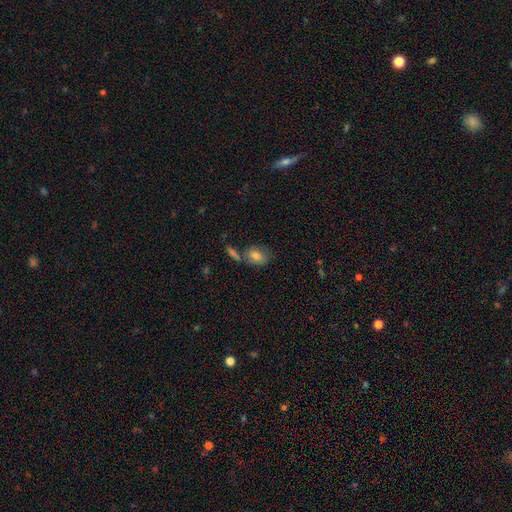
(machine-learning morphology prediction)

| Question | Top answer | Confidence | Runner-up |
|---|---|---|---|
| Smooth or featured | smooth | 76% | featured or disk (15%) |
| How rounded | in between | 71% | round (27%) |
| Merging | none | 58% | merger (21%) |